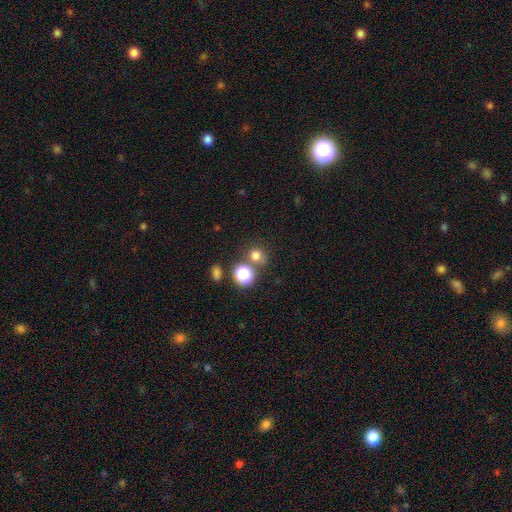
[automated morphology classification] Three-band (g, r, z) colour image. It shows a smooth galaxy with no disk features (74%) that is round (80%). Merging: none (67%).